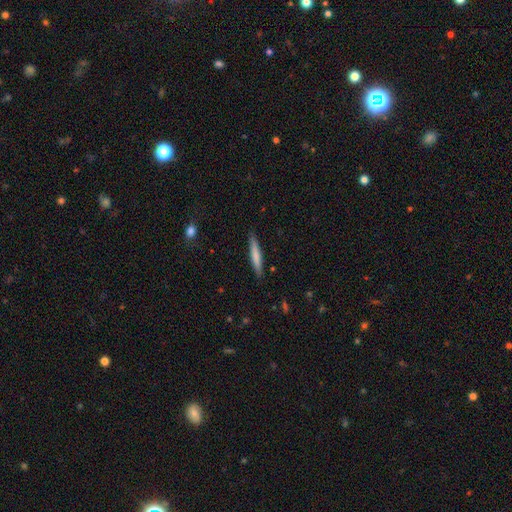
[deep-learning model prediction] Smooth or featured? smooth (73%)
How rounded? cigar-shaped (93%)
Merging? none (88%)